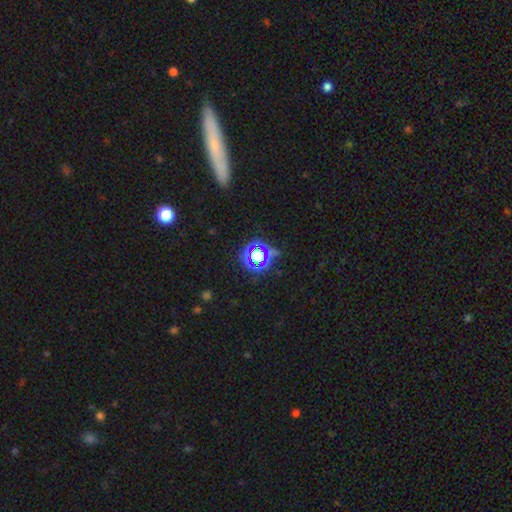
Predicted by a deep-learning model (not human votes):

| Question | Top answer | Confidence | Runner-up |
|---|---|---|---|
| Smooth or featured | star or artifact | 70% | smooth (20%) |